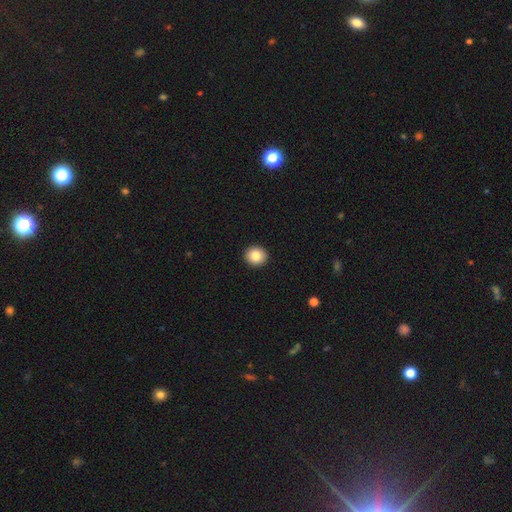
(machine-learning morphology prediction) Smooth or featured? smooth (85%)
How rounded? round (87%)
Merging? none (93%)